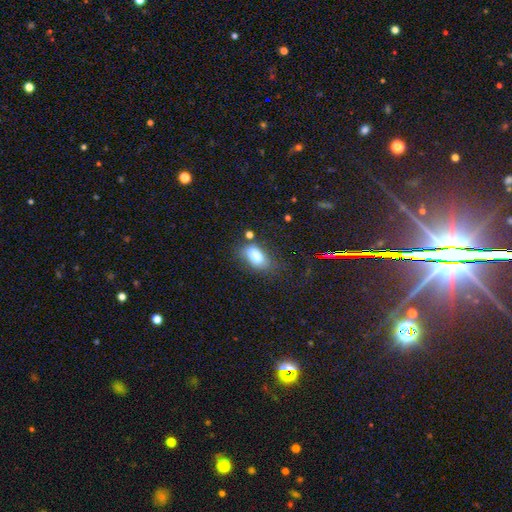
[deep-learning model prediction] Smooth or featured? smooth (76%)
How rounded? in between (86%)
Merging? none (53%)